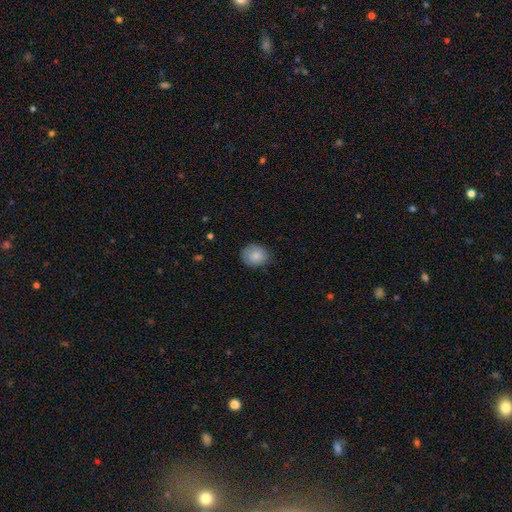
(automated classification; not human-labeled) smooth 84%, featured or disk 9%, star or artifact 7%. Down the decision tree: how rounded — round (64%); merging — none (76%).